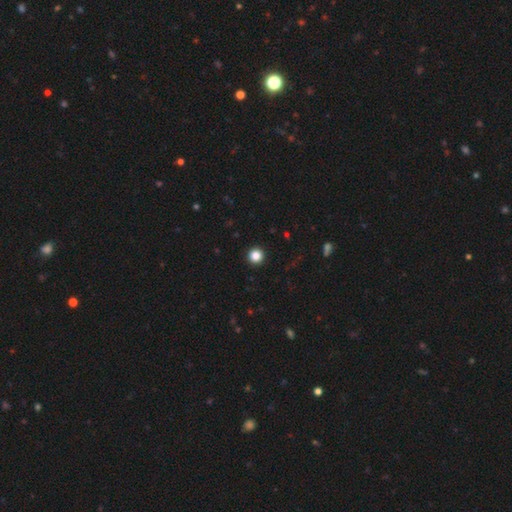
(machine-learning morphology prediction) Smooth or featured? smooth (85%)
How rounded? round (96%)
Merging? none (94%)